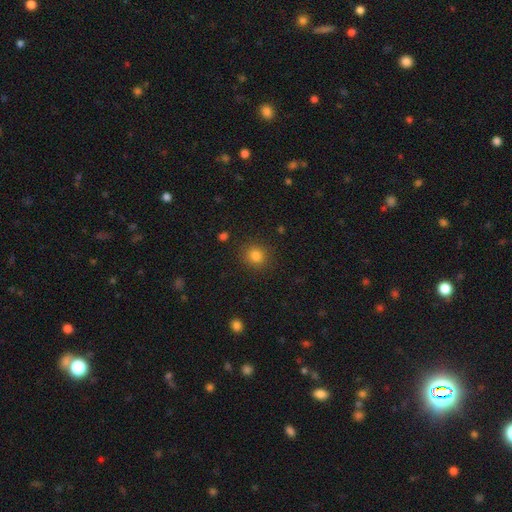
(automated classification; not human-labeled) Smooth or featured? Predicted: smooth (p=0.83). How rounded? Predicted: round (p=0.87). Merging? Predicted: none (p=0.88).